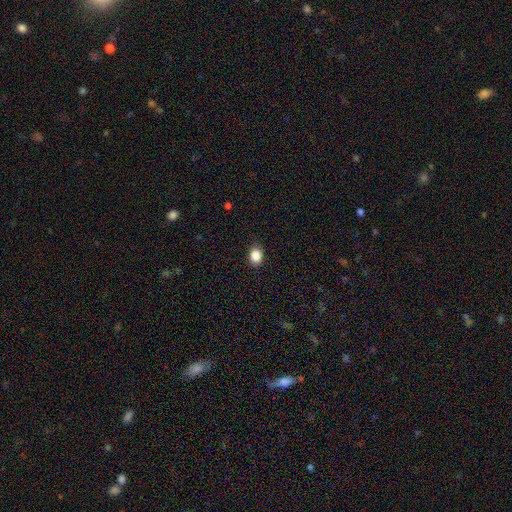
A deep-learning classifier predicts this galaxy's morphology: This appears to be a smooth galaxy with no disk features (87%) that is in between round and cigar-shaped (66%). Merging: none (88%).